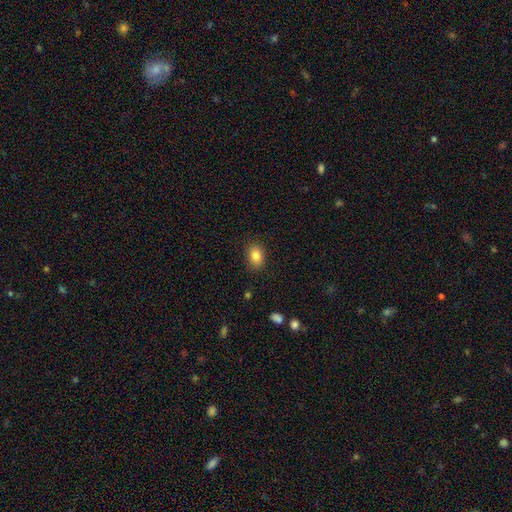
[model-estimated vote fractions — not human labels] Smooth or featured: smooth — 84% (star or artifact — 9%)
How rounded: in between — 76% (round — 23%)
Merging: none — 87% (minor disturbance — 10%)